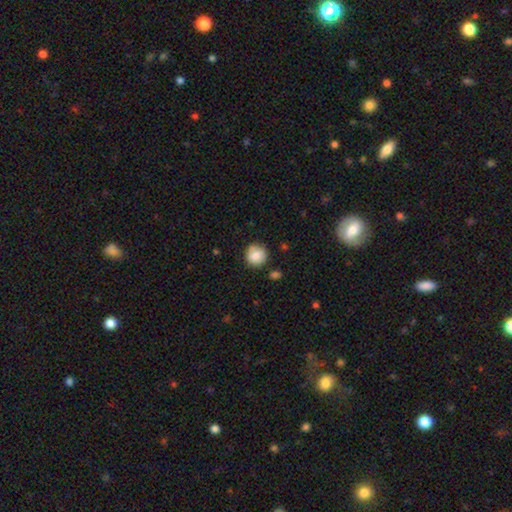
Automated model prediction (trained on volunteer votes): Smooth or featured? Predicted: smooth (p=0.82). How rounded? Predicted: round (p=0.93). Merging? Predicted: none (p=0.81).